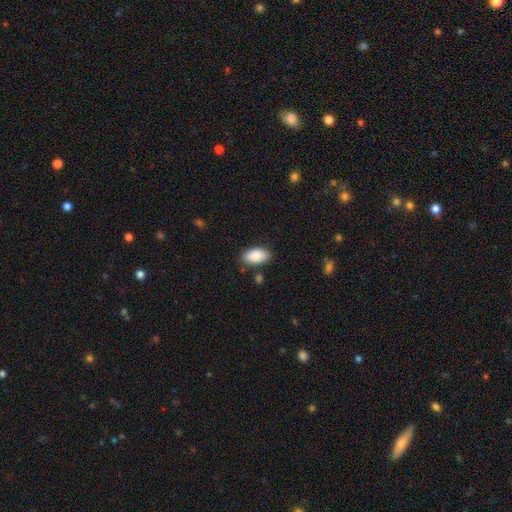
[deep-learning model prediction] A smooth galaxy with no disk features (89%) that is in between round and cigar-shaped (94%). Merging: none (81%).